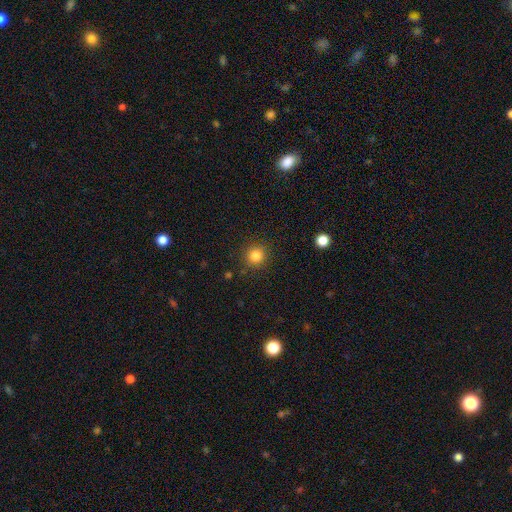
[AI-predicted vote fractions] smooth_or_featured: smooth (p=0.83) [alt: star or artifact p=0.12]
how_rounded: round (p=0.91) [alt: in between p=0.08]
merging: none (p=0.89) [alt: minor disturbance p=0.07]